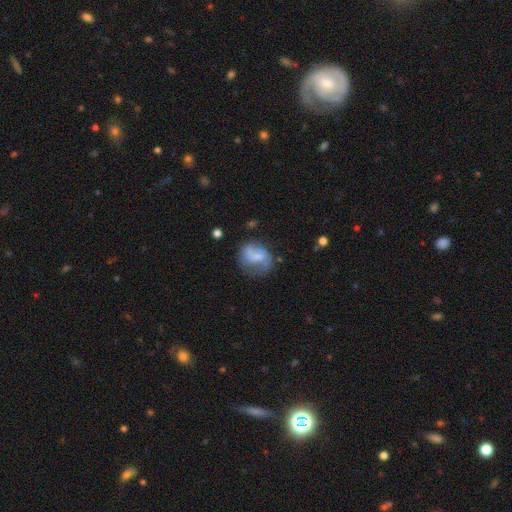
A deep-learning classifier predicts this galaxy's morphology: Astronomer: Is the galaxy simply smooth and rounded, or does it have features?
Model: smooth — 50% (runner-up: featured or disk, 41%).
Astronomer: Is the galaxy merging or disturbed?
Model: none — 43% (runner-up: minor disturbance, 27%).